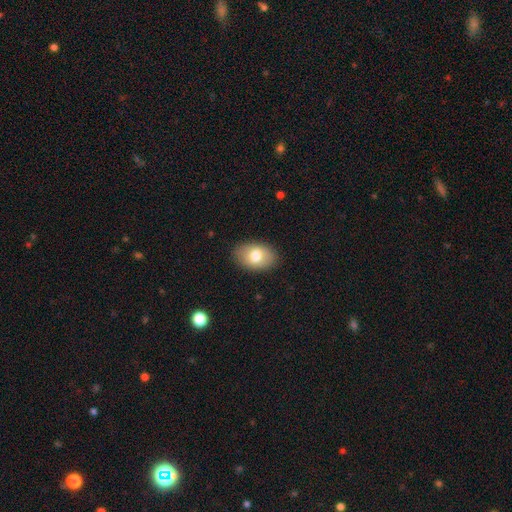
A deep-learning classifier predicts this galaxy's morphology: This appears to be a smooth galaxy with no disk features (76%) that is in between round and cigar-shaped (87%). Merging: none (87%).